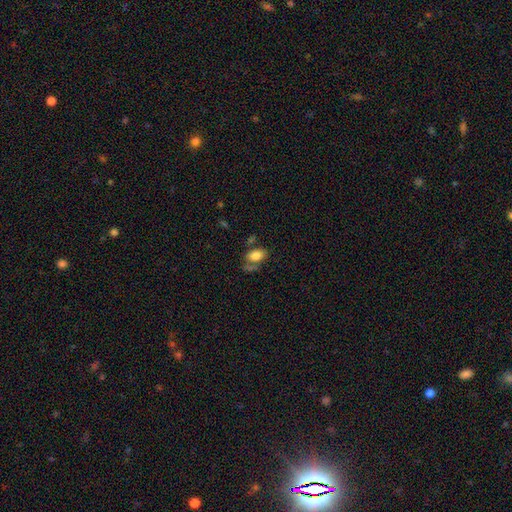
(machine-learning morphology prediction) Overall: smooth (80%). How rounded: in between (90%). Merging: none (56%; merger 18%).